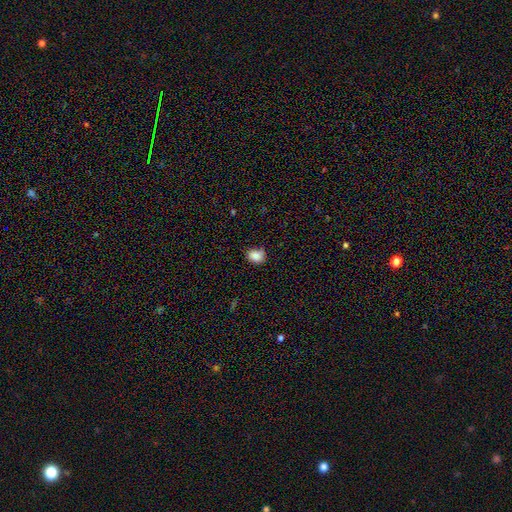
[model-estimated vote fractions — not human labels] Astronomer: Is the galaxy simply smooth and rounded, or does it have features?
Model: smooth — 85%.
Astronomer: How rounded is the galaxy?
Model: round — 50% (runner-up: in between, 49%).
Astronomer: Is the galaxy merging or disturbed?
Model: none — 69%.